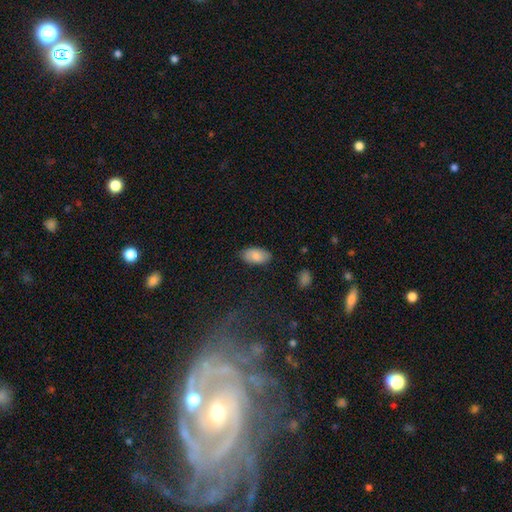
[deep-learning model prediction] A smooth galaxy with no disk features (84%) that is in between round and cigar-shaped (95%). Merging: none (84%).